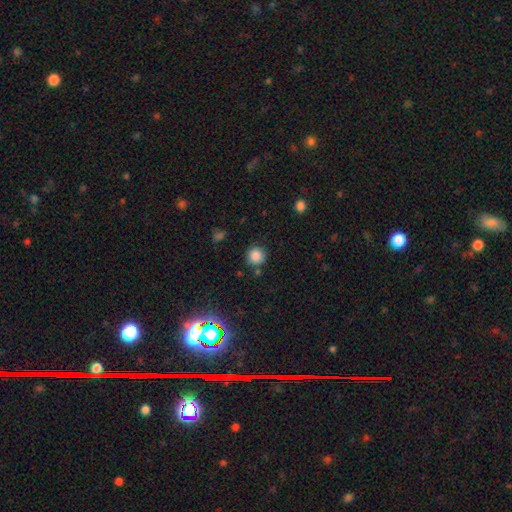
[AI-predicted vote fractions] smooth 84%, star or artifact 12%, featured or disk 4%. Down the decision tree: how rounded — round (93%); merging — none (83%).